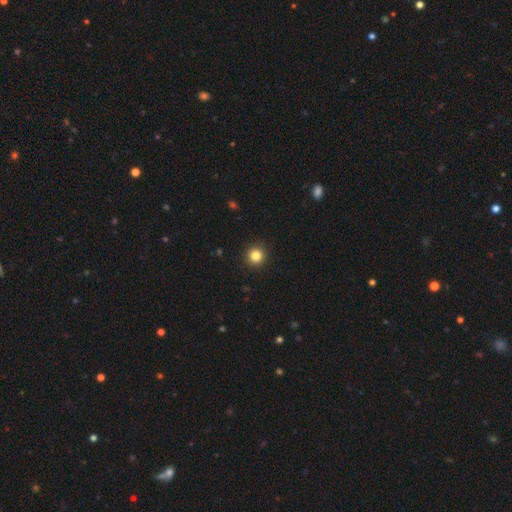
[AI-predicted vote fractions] Morphology: type=smooth (84%); roundness=round (94%); merging=none (92%).